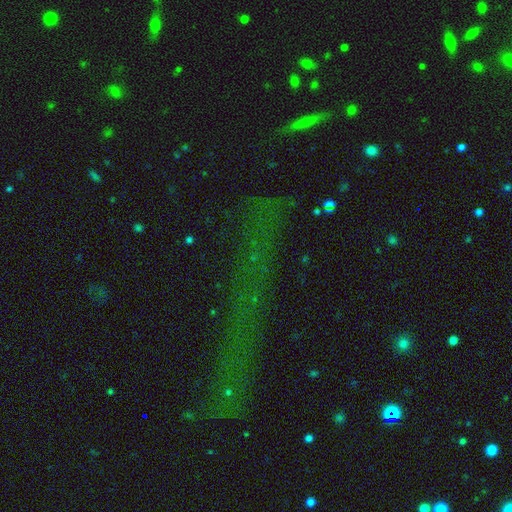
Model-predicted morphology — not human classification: This appears to be a star or artifact, not a galaxy (63%).